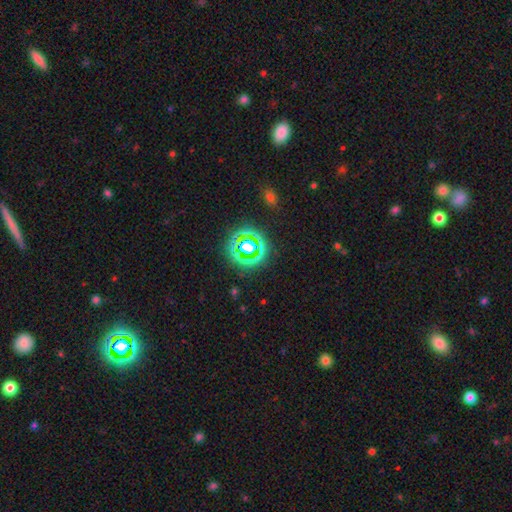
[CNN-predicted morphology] A star or artifact, not a galaxy (72%).

Vote fractions:
- Smooth or featured? star or artifact: 72% / smooth: 17% / featured or disk: 11%